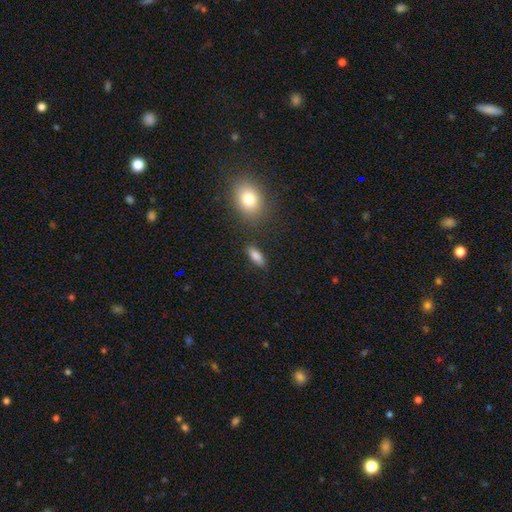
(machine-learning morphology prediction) Overall: smooth (84%). How rounded: in between (73%). Merging: none (82%).